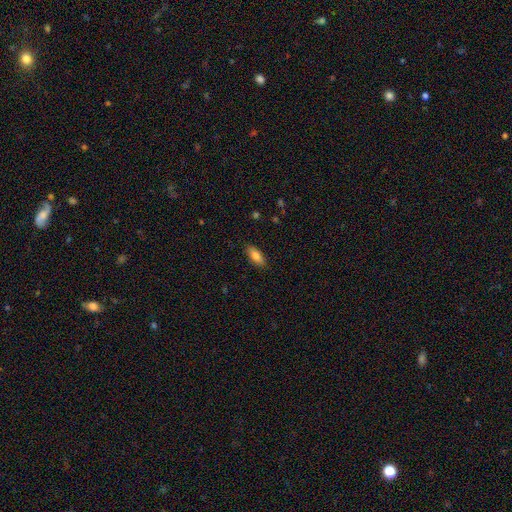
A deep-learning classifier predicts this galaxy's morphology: Smooth or featured? smooth (84%)
How rounded? in between (82%)
Merging? none (87%)